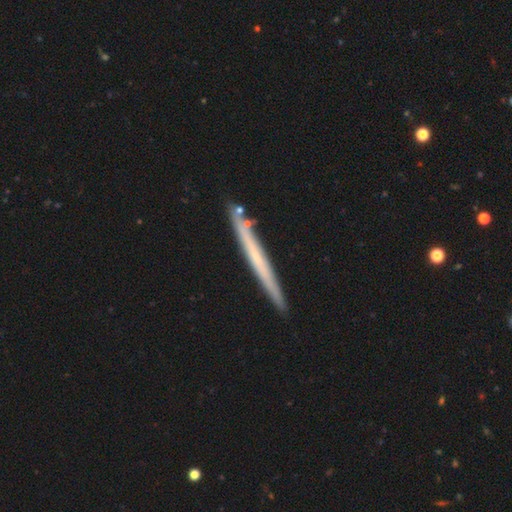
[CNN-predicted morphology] Q: Smooth or featured?
A: featured or disk (56%); runner-up: smooth (38%)
Q: Edge-on disk?
A: yes (95%); runner-up: no (5%)
Q: Edge-on bulge?
A: none (85%); runner-up: rounded (11%)
Q: Merging?
A: none (86%); runner-up: minor disturbance (9%)